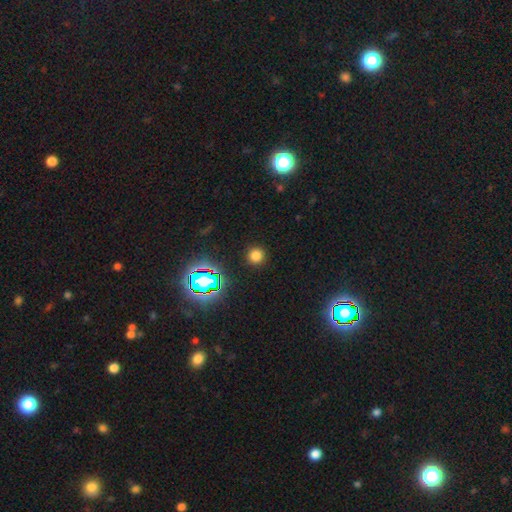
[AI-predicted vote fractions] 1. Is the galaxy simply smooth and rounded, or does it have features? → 72% smooth, 23% star or artifact, 6% featured or disk.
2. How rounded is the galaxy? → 94% round, 4% in between, 1% cigar-shaped.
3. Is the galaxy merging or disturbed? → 90% none, 6% minor disturbance, 3% major disturbance, 1% merger.